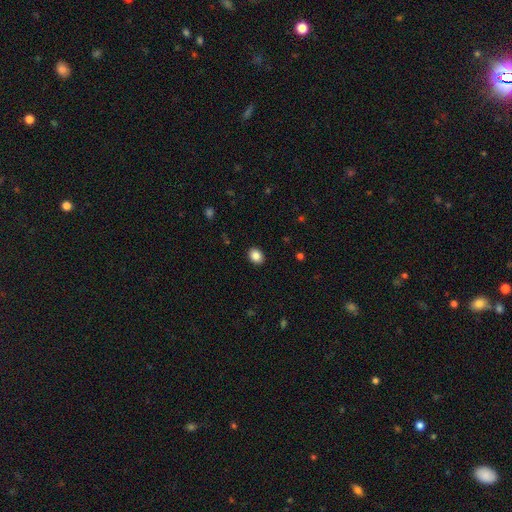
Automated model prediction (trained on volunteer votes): Smooth or featured? Predicted: smooth (p=0.87). How rounded? Predicted: in between (p=0.51). Merging? Predicted: none (p=0.91).